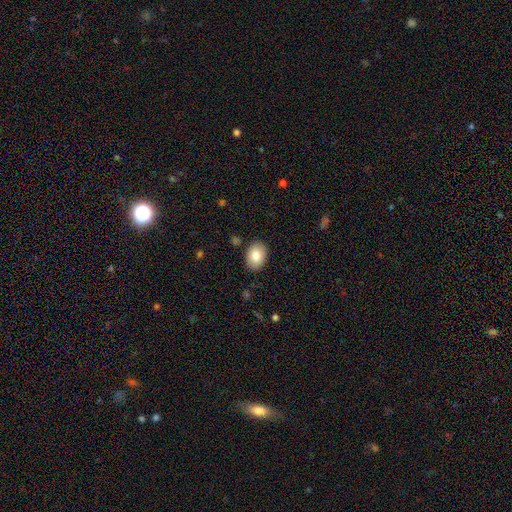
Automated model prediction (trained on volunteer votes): This is clearly a smooth galaxy (84%). How rounded: clearly in between (84%). Merging: clearly none (87%).